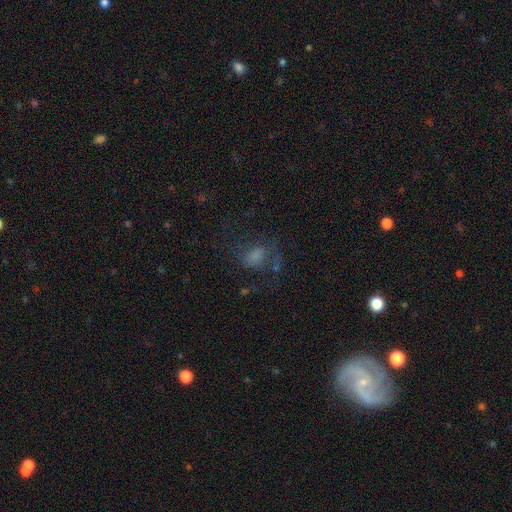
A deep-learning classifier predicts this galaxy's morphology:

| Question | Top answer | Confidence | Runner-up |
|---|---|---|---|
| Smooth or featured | smooth | 46% | featured or disk (34%) |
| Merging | none | 44% | major disturbance (33%) |